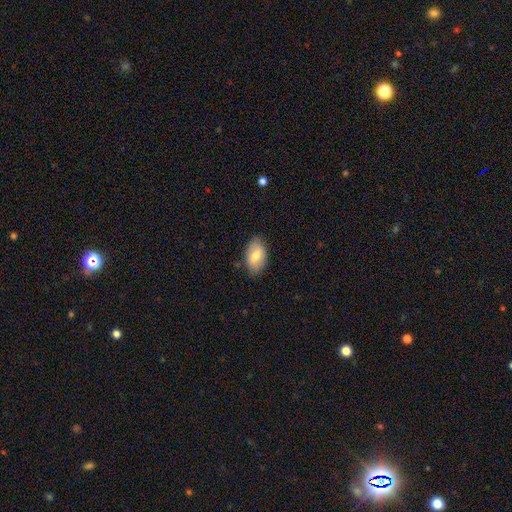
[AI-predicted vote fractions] This is likely a smooth galaxy (74%). How rounded: clearly in between (92%). Merging: clearly none (82%).